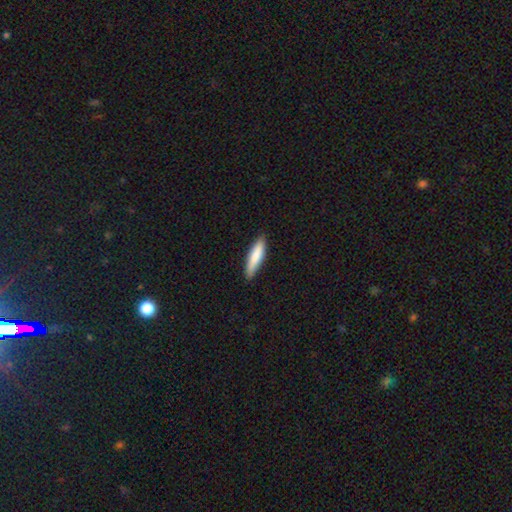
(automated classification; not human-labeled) This is clearly a smooth galaxy (81%). How rounded: likely cigar-shaped (78%). Merging: clearly none (87%).